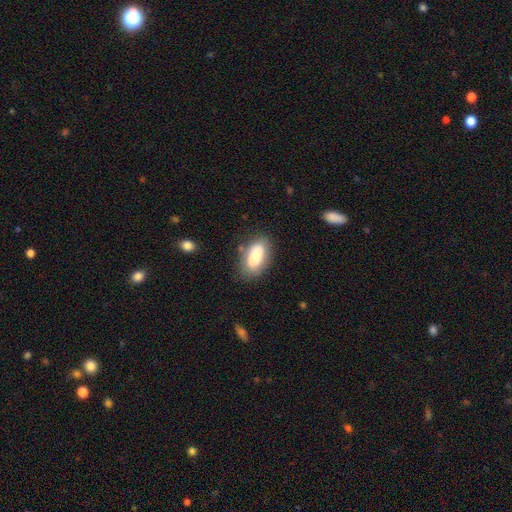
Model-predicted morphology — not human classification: A smooth galaxy with no disk features (80%) that is in between round and cigar-shaped (92%). Merging: none (77%).